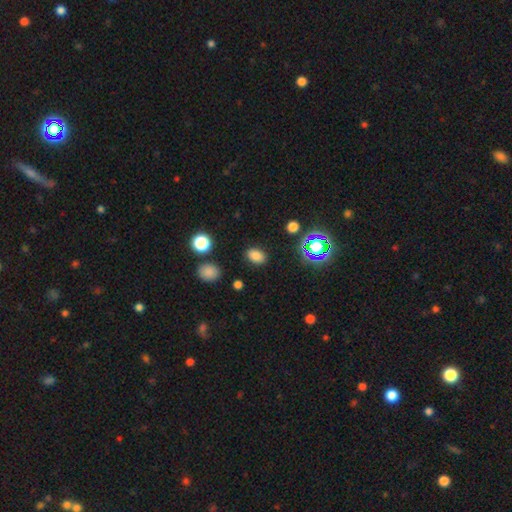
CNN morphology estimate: smooth-or-featured: smooth: 79% | star or artifact: 15% | featured or disk: 5%
  how-rounded: in between: 82% | round: 16% | cigar-shaped: 1%
  merging: none: 86% | minor disturbance: 9% | major disturbance: 3% | merger: 2%